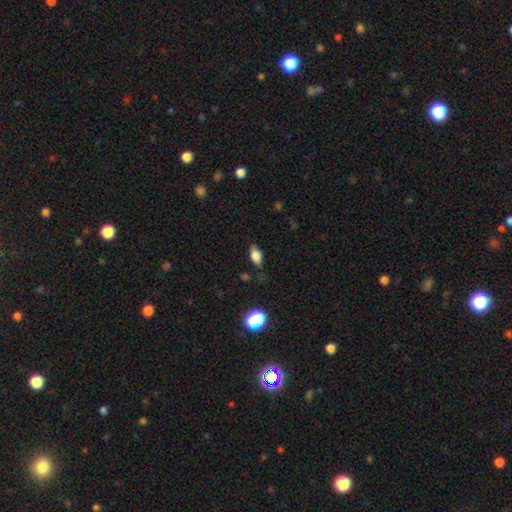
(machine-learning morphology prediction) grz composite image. It shows a smooth galaxy with no disk features (74%) that is in between round and cigar-shaped (82%). Merging: none (71%).